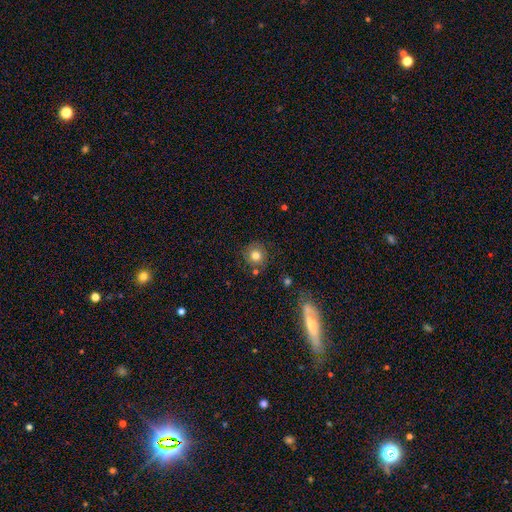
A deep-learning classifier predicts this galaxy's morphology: smooth-or-featured: smooth: 78% | star or artifact: 12% | featured or disk: 10%
  how-rounded: round: 91% | in between: 8% | cigar-shaped: 1%
  merging: none: 82% | minor disturbance: 11% | merger: 4% | major disturbance: 3%